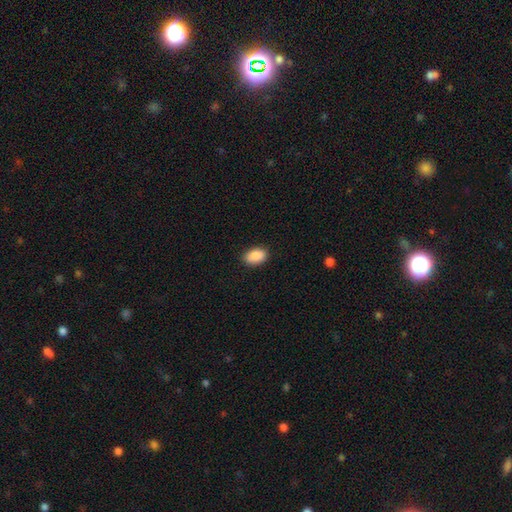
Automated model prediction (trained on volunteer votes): The model was most divided on "how rounded": in between: 88%, round: 11%, cigar-shaped: 1%. More confident: smooth or featured — smooth (90%); merging — none (88%).